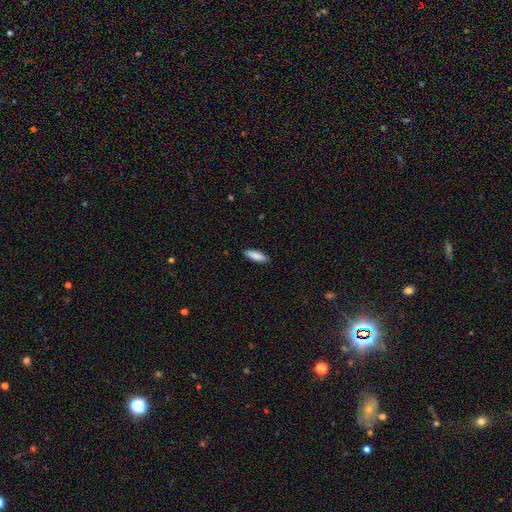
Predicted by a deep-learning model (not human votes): smooth-or-featured: smooth: 87% | featured or disk: 7% | star or artifact: 6%
  how-rounded: in between: 56% | cigar-shaped: 43% | round: 2%
  merging: none: 90% | minor disturbance: 8% | major disturbance: 2% | merger: 1%